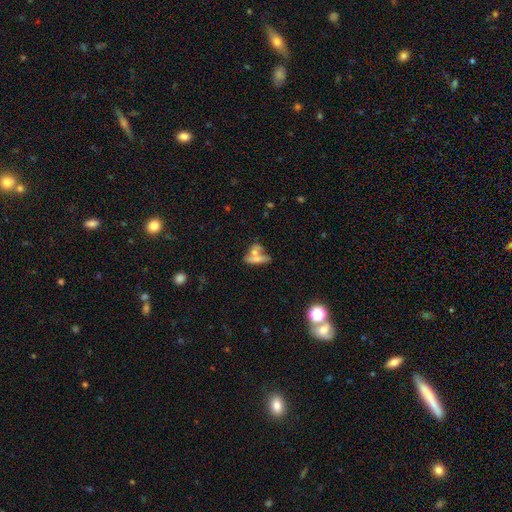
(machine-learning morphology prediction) Overall: smooth (57%; featured or disk 32%). How rounded: in between (52%; cigar-shaped 36%). Merging: merger (49%; none 33%).